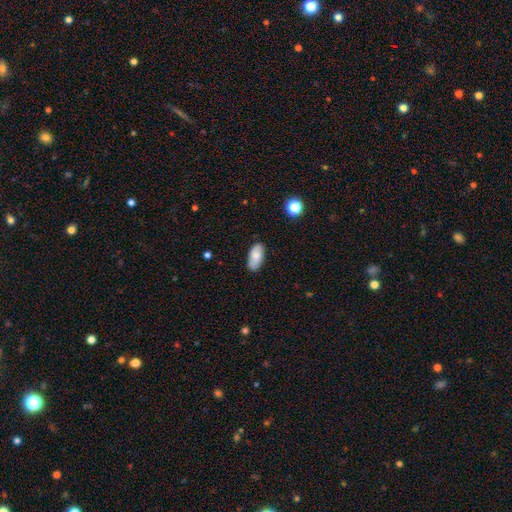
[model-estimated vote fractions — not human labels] smooth 80%, featured or disk 13%, star or artifact 7%. Down the decision tree: how rounded — in between (92%); merging — none (81%).